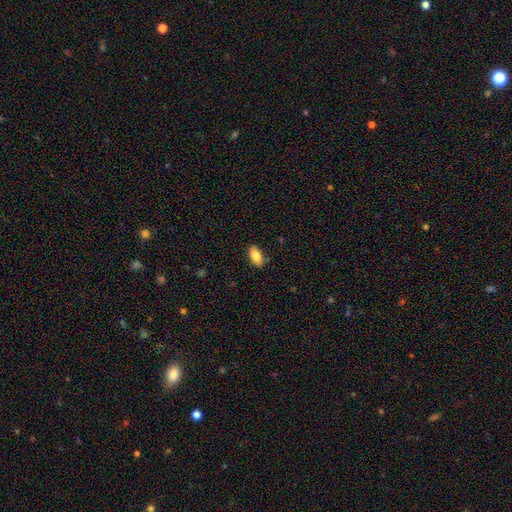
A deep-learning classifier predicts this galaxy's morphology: Q: Smooth or featured?
A: smooth (85%); runner-up: featured or disk (8%)
Q: How rounded?
A: in between (91%); runner-up: cigar-shaped (6%)
Q: Merging?
A: none (86%); runner-up: minor disturbance (10%)